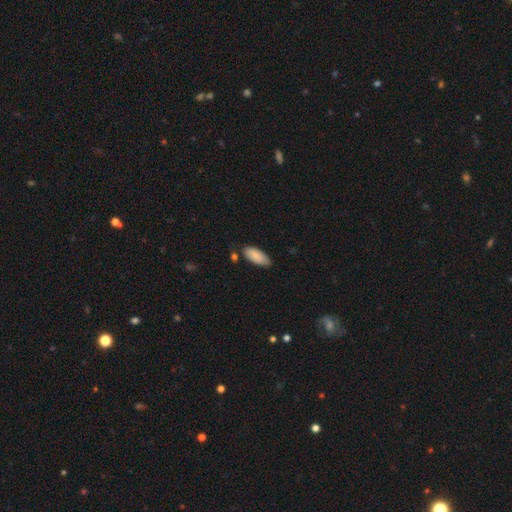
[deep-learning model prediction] A smooth galaxy with no disk features (86%) that is in between round and cigar-shaped (88%). Merging: none (72%).